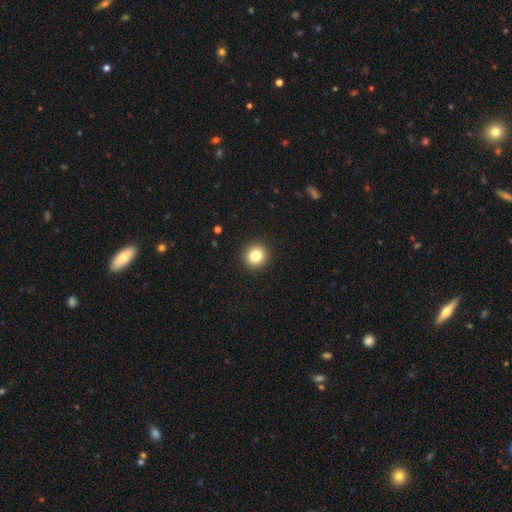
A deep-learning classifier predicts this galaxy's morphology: Smooth or featured? Predicted: smooth (p=0.82). How rounded? Predicted: round (p=0.93). Merging? Predicted: none (p=0.93).